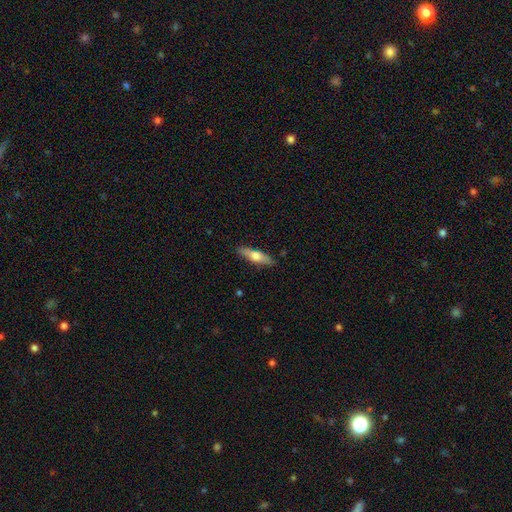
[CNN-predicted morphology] This is possibly a smooth galaxy (53%). How rounded: likely cigar-shaped (67%). Merging: clearly none (88%).